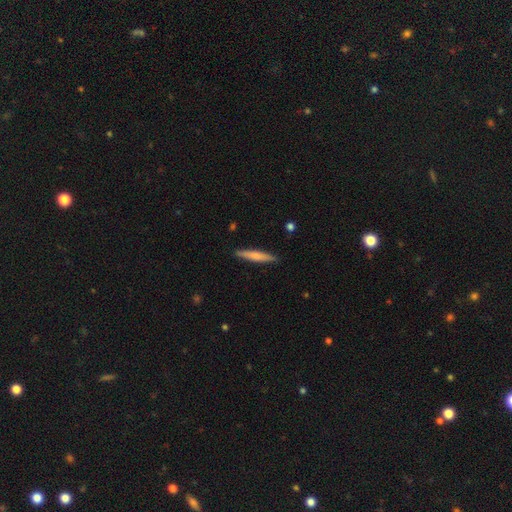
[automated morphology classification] smooth-or-featured: smooth: 63% | featured or disk: 32% | star or artifact: 5%
  how-rounded: cigar-shaped: 93% | in between: 6% | round: 1%
  merging: none: 89% | minor disturbance: 8% | major disturbance: 1% | merger: 1%